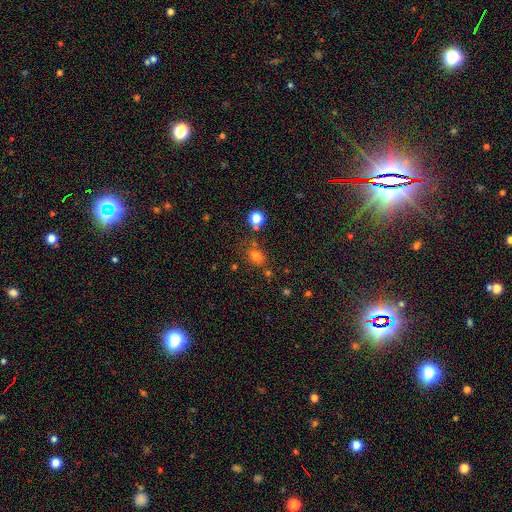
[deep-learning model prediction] Smooth or featured?
  - smooth: 75% *
  - star or artifact: 17%
  - featured or disk: 8%
How rounded?
  - in between: 56% *
  - round: 42%
  - cigar-shaped: 1%
Merging?
  - none: 68% *
  - minor disturbance: 16%
  - merger: 11%
  - major disturbance: 6%